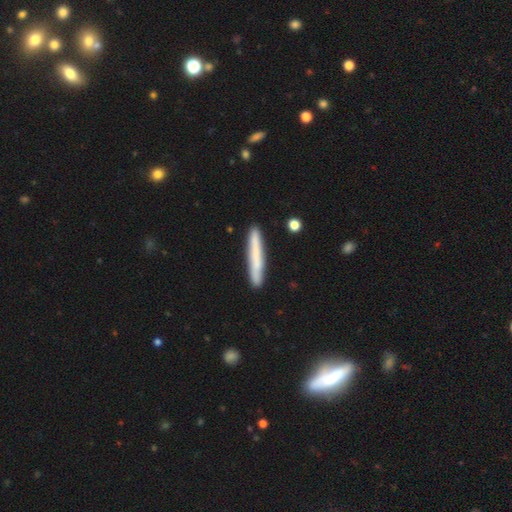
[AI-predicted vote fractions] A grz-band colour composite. It shows a smooth galaxy with no disk features (66%) that is cigar-shaped (96%). Merging: none (88%).